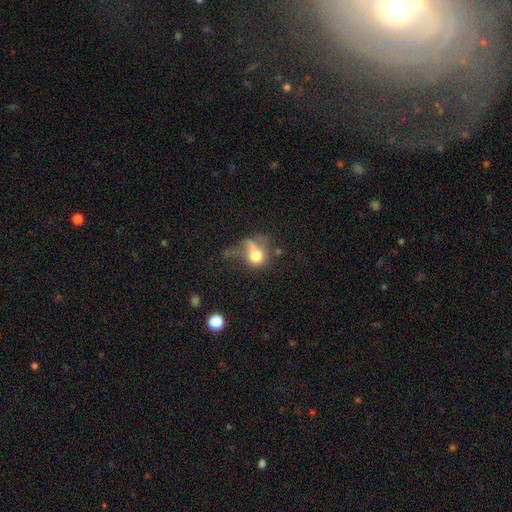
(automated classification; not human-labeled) This is likely a smooth galaxy (66%). How rounded: likely round (67%). Merging: marginally major disturbance (39%).